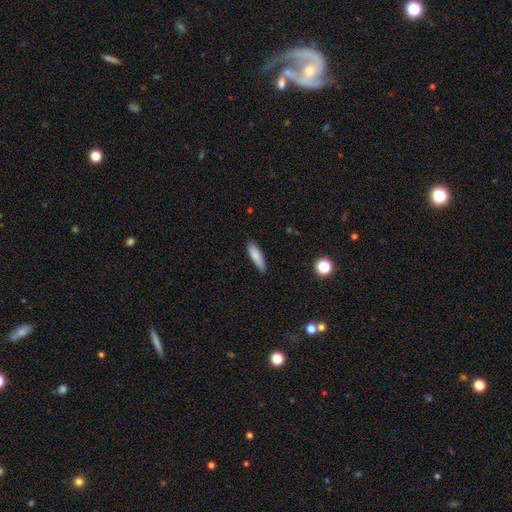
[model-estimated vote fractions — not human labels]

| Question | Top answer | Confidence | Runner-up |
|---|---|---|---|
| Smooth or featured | smooth | 83% | featured or disk (10%) |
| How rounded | cigar-shaped | 63% | in between (35%) |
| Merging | none | 83% | minor disturbance (13%) |